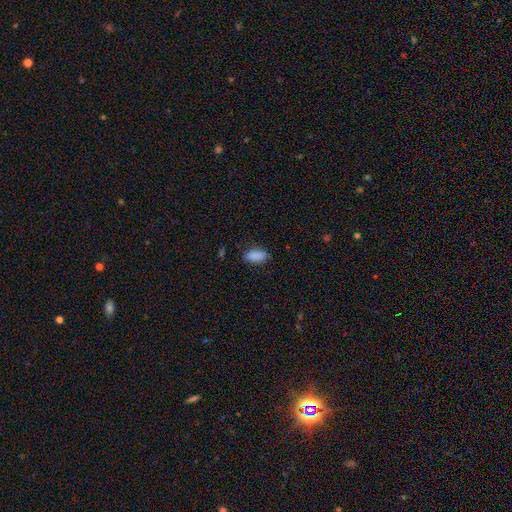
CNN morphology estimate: Smooth or featured? smooth (88%)
How rounded? in between (86%)
Merging? none (81%)